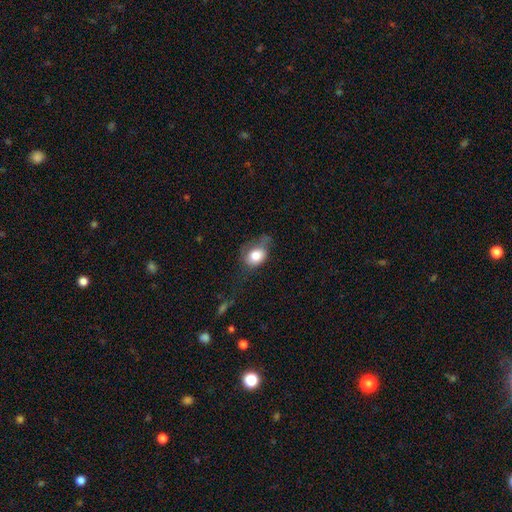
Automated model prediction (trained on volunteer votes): smooth_or_featured: smooth (p=0.77) [alt: featured or disk p=0.14]
how_rounded: in between (p=0.56) [alt: round p=0.42]
merging: none (p=0.35) [alt: minor disturbance p=0.32]